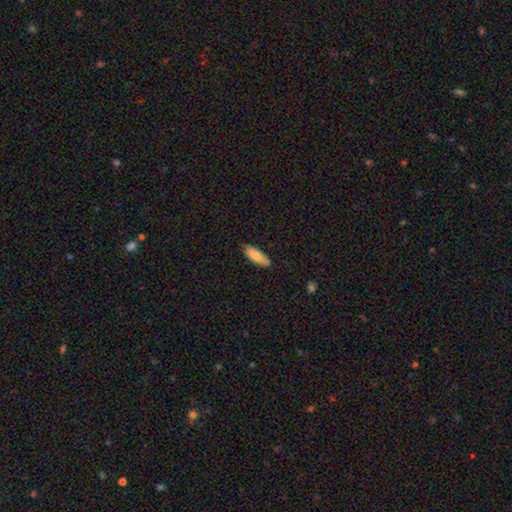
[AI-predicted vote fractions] smooth_or_featured: smooth (p=0.81) [alt: featured or disk p=0.13]
how_rounded: in between (p=0.54) [alt: cigar-shaped p=0.44]
merging: none (p=0.82) [alt: minor disturbance p=0.14]